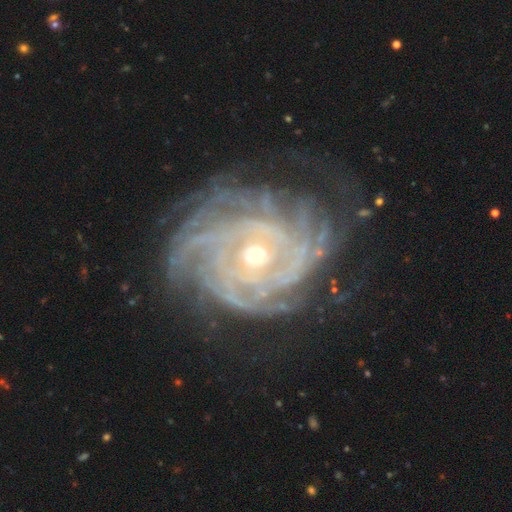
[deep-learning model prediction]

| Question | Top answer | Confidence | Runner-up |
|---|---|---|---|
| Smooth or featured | featured or disk | 91% | star or artifact (5%) |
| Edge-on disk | no | 97% | yes (3%) |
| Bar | no | 66% | weak (23%) |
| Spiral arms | yes | 97% | no (3%) |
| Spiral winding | tight | 82% | medium (15%) |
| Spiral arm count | more than 4 | 26% | tied: can't tell (26%) |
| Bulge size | moderate | 54% | small (41%) |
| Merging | none | 71% | minor disturbance (18%) |